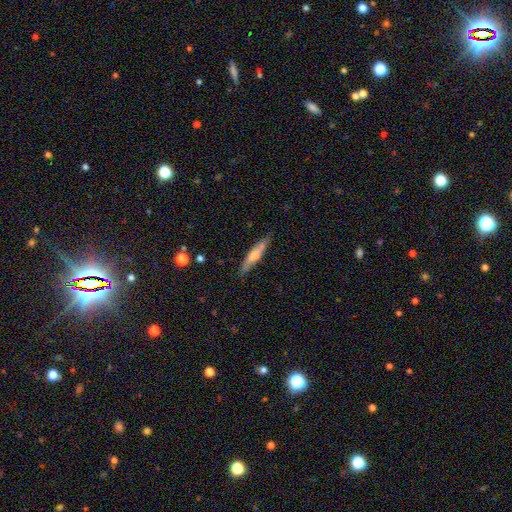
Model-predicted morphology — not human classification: A smooth galaxy with no disk features (49%).

Vote fractions:
- Smooth or featured? smooth: 49% / featured or disk: 45% / star or artifact: 6%
- Merging? none: 84% / minor disturbance: 12% / major disturbance: 2% / merger: 2%